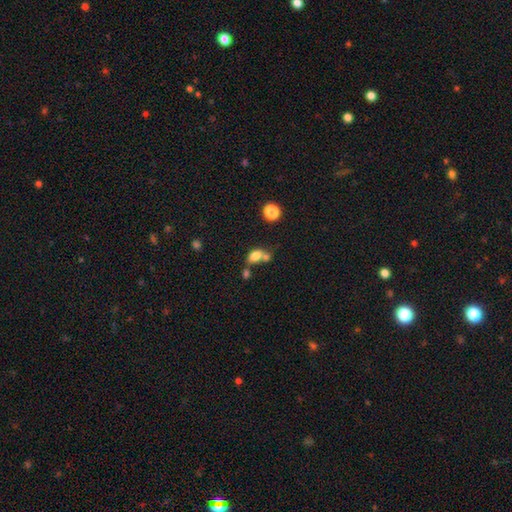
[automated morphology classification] type=smooth (76%); roundness=in between (74%); merging=merger (47%).